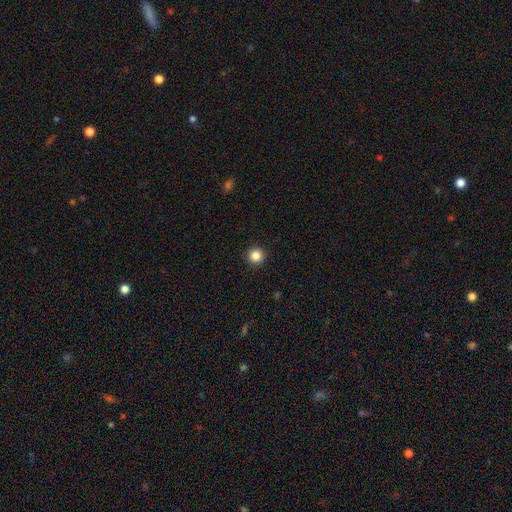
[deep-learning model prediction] A smooth galaxy with no disk features (84%) that is round (96%).

Vote fractions:
- Smooth or featured? smooth: 84% / star or artifact: 12% / featured or disk: 4%
- How rounded? round: 96% / in between: 3% / cigar-shaped: 1%
- Merging? none: 93% / minor disturbance: 4% / major disturbance: 2% / merger: 1%